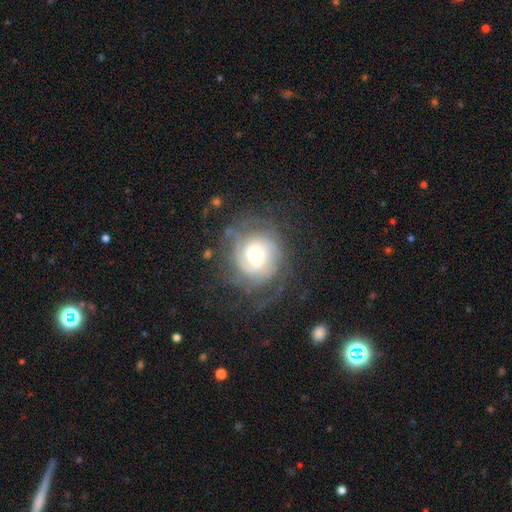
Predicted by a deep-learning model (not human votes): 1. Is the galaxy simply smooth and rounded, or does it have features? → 79% featured or disk, 14% smooth, 6% star or artifact.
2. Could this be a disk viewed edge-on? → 97% no, 3% yes.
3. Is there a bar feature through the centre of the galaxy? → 70% no, 24% weak, 6% strong.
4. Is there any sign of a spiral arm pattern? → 93% yes, 7% no.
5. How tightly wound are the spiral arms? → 62% tight, 29% medium, 10% loose.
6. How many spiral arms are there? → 34% can't tell, 33% 2, 16% 3, 7% 4, 6% 1, 5% more than 4.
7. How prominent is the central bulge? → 55% moderate, 31% small, 12% large, 2% dominant, 1% none.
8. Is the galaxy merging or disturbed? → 63% none, 19% minor disturbance, 17% major disturbance, 2% merger.